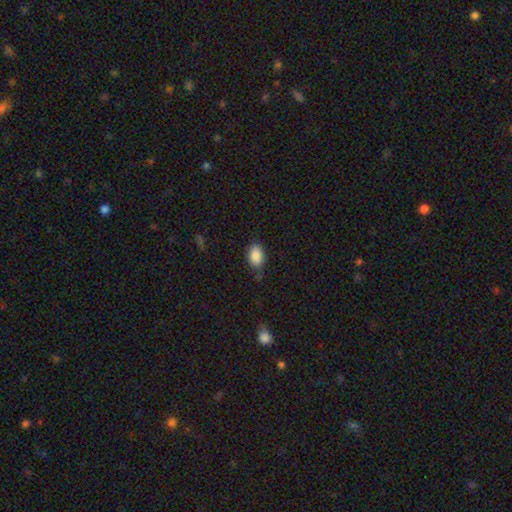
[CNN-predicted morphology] This appears to be a smooth galaxy with no disk features (88%) that is in between round and cigar-shaped (89%). Merging: none (73%).